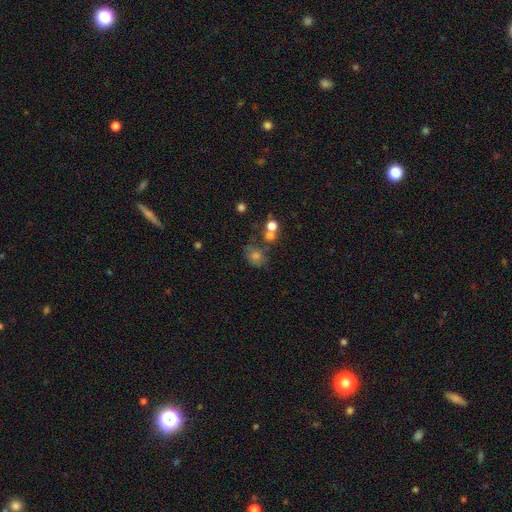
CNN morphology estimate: Smooth or featured: smooth — 57% (star or artifact — 24%)
How rounded: round — 52% (in between — 46%)
Merging: none — 52% (merger — 19%)